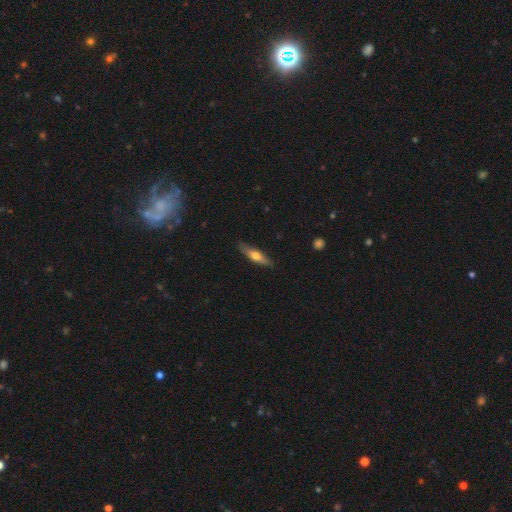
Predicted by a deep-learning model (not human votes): This appears to be a smooth galaxy with no disk features (50%) that is cigar-shaped (72%). Merging: none (86%).